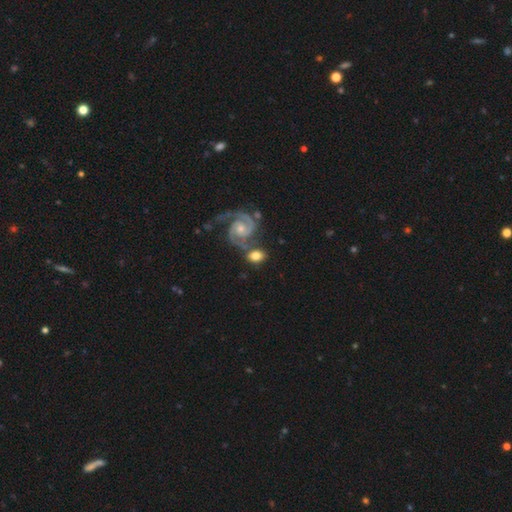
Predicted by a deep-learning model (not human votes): smooth-or-featured: featured or disk: 51% | smooth: 41% | star or artifact: 7%
  disk-edge-on: no: 96% | yes: 4%
  merging: none: 55% | merger: 25% | minor disturbance: 15% | major disturbance: 5%